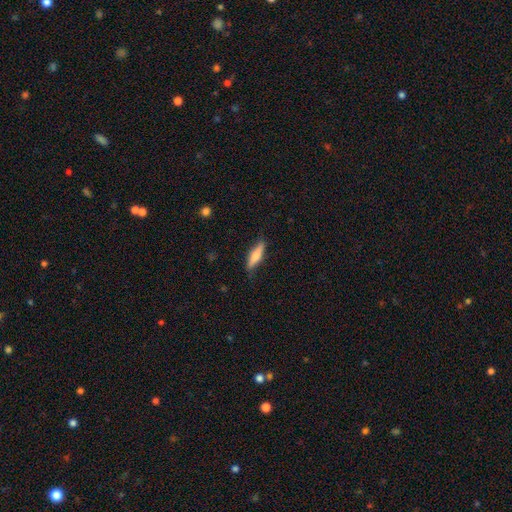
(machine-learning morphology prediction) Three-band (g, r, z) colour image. It shows a smooth galaxy with no disk features (61%) that is cigar-shaped (67%). Merging: none (79%).